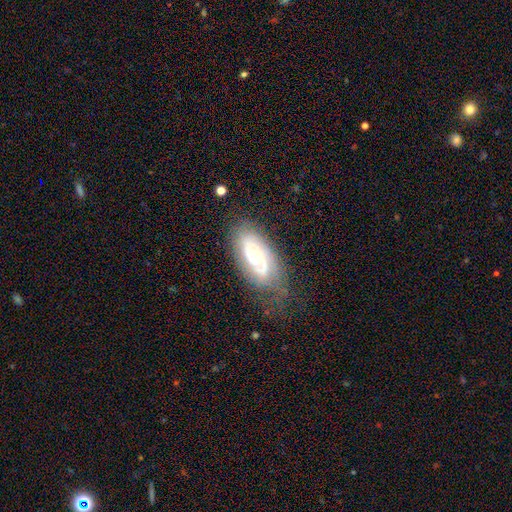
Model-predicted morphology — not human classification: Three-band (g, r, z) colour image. It shows a featured or disk galaxy (78%) with no bar (69%), 2 (52%) tight (55%) spiral arms (89%) and a moderate central bulge (49%). Merging: none (66%).